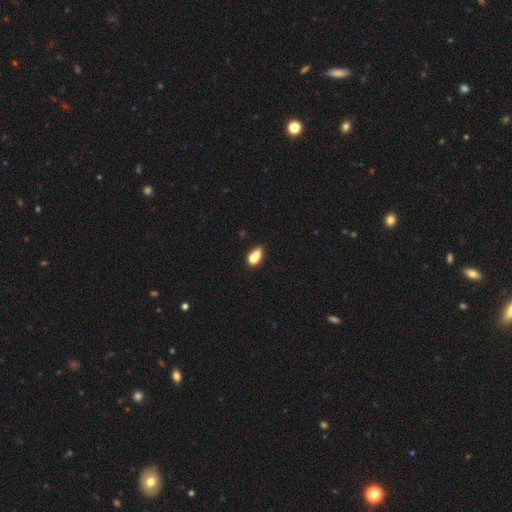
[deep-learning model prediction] Smooth or featured? Predicted: smooth (p=0.72). How rounded? Predicted: in between (p=0.75). Merging? Predicted: none (p=0.42).